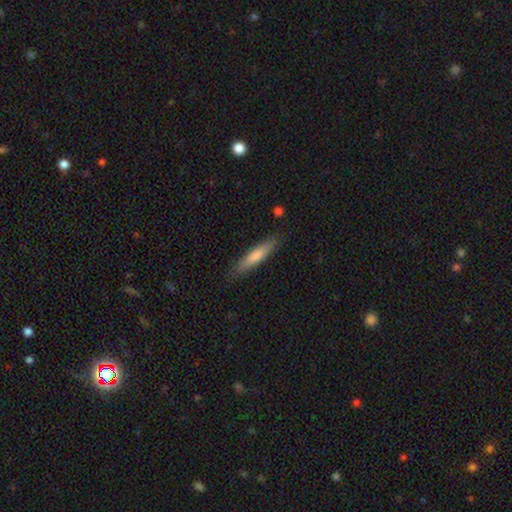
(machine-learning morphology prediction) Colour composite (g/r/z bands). It shows a smooth galaxy with no disk features (59%) that is cigar-shaped (91%). Merging: none (88%).